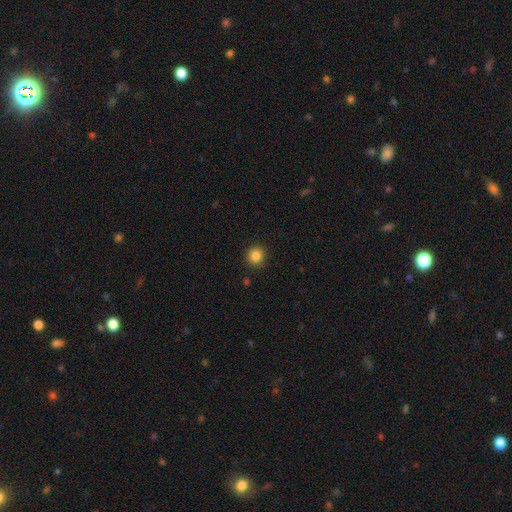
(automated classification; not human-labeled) Overall: smooth (85%). How rounded: round (91%). Merging: none (91%).